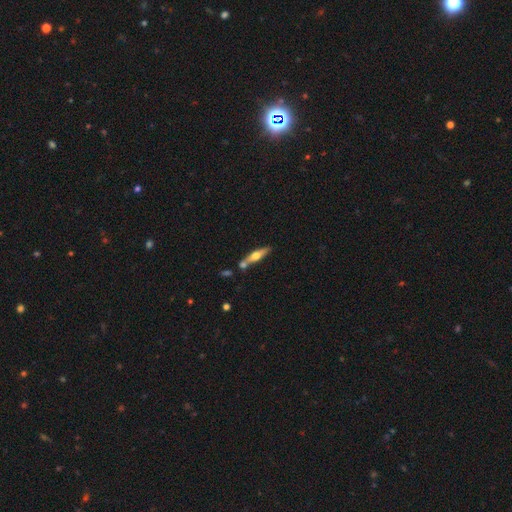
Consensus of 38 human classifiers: smooth_or_featured: featured or disk (p=0.58) [alt: smooth p=0.39]
disk_edge_on: yes (p=1.00)
edge_on_bulge: rounded (p=0.95) [alt: none p=0.05]
merging: none (p=0.81) [alt: minor disturbance p=0.08]